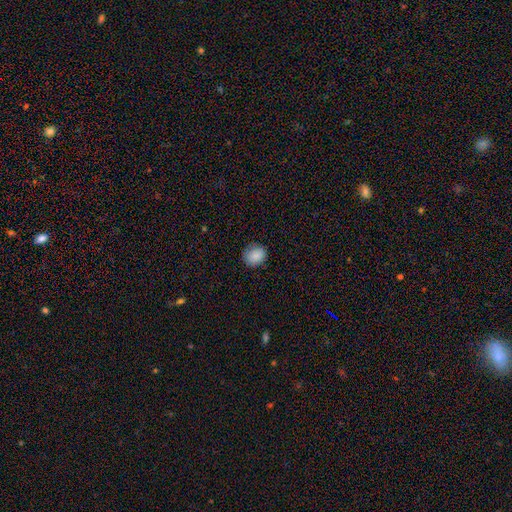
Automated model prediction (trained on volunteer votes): The model was most divided on "how rounded": round: 71%, in between: 28%, cigar-shaped: 1%. More confident: smooth or featured — smooth (88%); merging — none (82%).